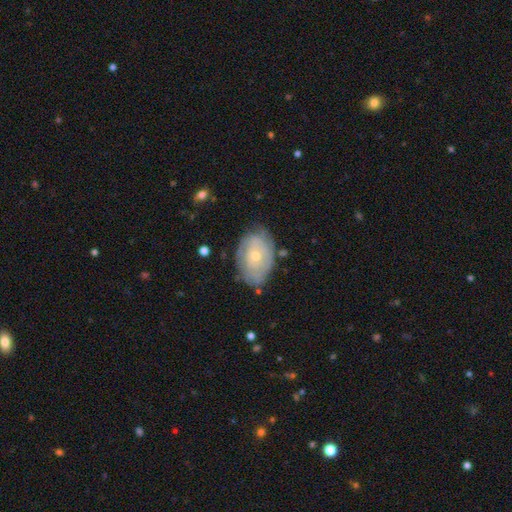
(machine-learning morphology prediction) Q: Smooth or featured?
A: featured or disk (63%); runner-up: smooth (31%)
Q: Edge-on disk?
A: no (95%); runner-up: yes (5%)
Q: Bar?
A: no (84%); runner-up: weak (13%)
Q: Spiral arms?
A: yes (65%); runner-up: no (35%)
Q: Bulge size?
A: small (68%); runner-up: moderate (29%)
Q: Merging?
A: none (69%); runner-up: minor disturbance (23%)